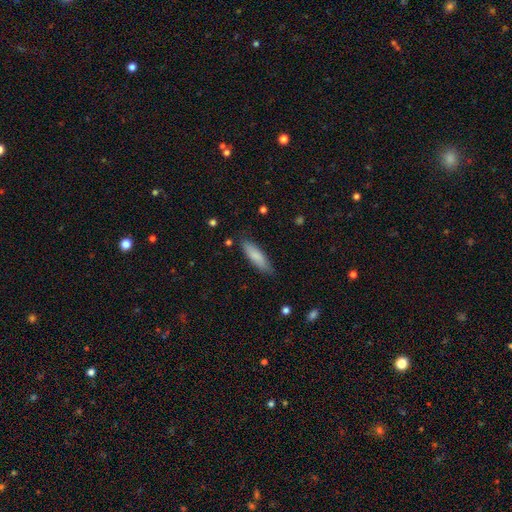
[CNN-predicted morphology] Smooth or featured? smooth (82%)
How rounded? cigar-shaped (60%)
Merging? none (83%)